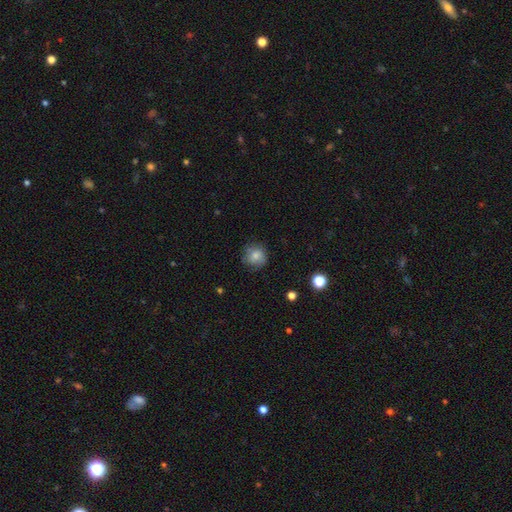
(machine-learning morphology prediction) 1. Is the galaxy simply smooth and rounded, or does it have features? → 77% smooth, 13% featured or disk, 10% star or artifact.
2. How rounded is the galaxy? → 87% round, 12% in between, 1% cigar-shaped.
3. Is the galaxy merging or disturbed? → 74% none, 19% minor disturbance, 5% major disturbance, 1% merger.